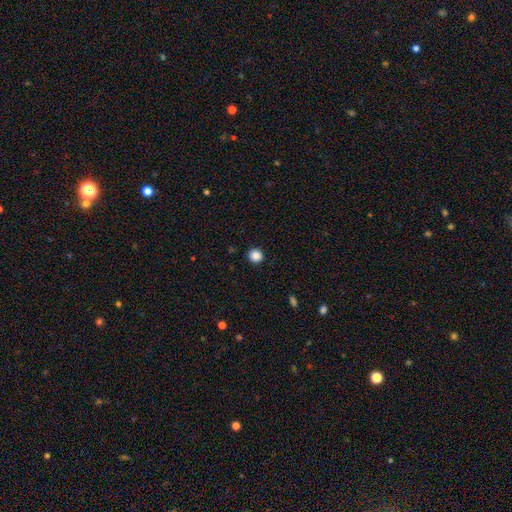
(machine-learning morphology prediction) The model was most divided on "smooth or featured": smooth: 87%, star or artifact: 10%, featured or disk: 3%. More confident: how rounded — round (94%); merging — none (93%).